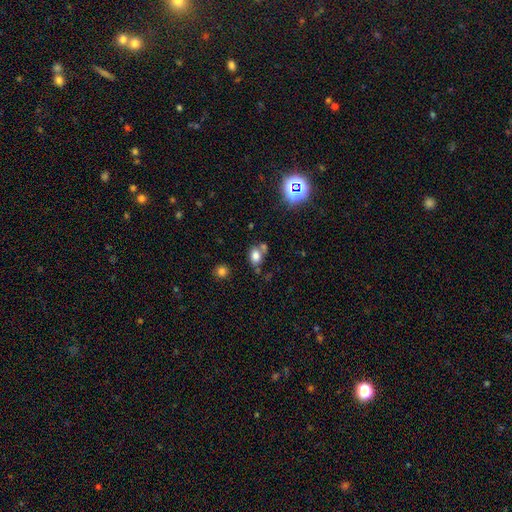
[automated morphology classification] Smooth or featured?
  - smooth: 77% *
  - star or artifact: 14%
  - featured or disk: 10%
How rounded?
  - in between: 66% *
  - round: 33%
  - cigar-shaped: 1%
Merging?
  - none: 51% *
  - merger: 28%
  - minor disturbance: 15%
  - major disturbance: 6%